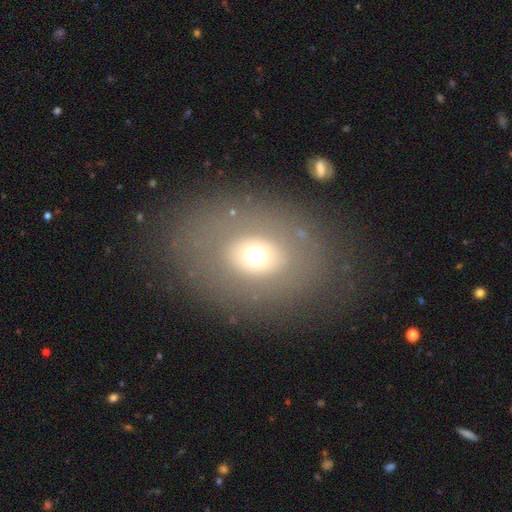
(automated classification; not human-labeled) Smooth or featured? smooth (60%)
How rounded? in between (59%)
Merging? none (79%)